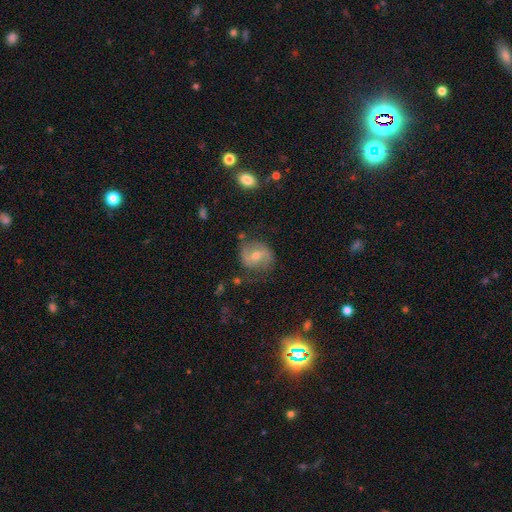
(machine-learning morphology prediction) featured or disk 65%, smooth 24%, star or artifact 11%. Down the decision tree: edge-on disk — no (97%); bar — weak (42%); spiral arms — yes (84%); spiral arm count — 2 (83%); spiral winding — medium (45%); bulge size — moderate (56%); merging — none (70%).